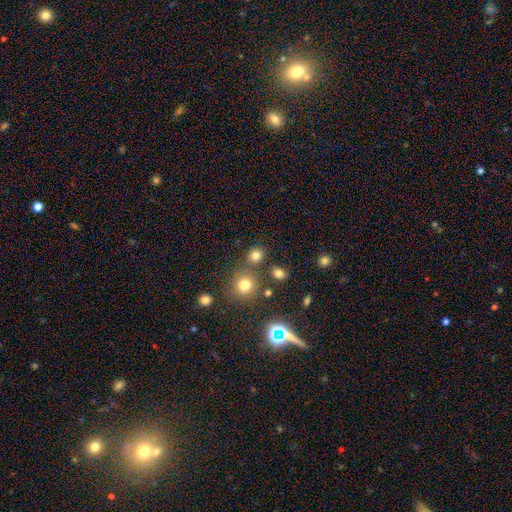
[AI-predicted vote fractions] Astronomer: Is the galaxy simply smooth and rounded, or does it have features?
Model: smooth — 77%.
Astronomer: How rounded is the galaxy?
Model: round — 82%.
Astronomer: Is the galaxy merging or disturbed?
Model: none — 74%.